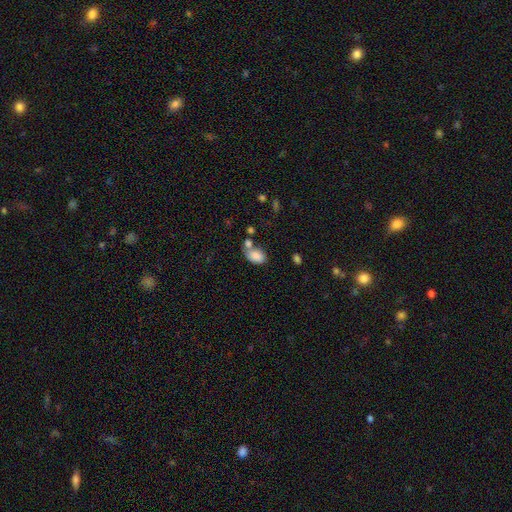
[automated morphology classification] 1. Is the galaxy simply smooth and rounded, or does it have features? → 83% smooth, 9% featured or disk, 8% star or artifact.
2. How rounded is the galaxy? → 85% in between, 14% round, 1% cigar-shaped.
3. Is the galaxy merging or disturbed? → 46% none, 28% merger, 19% minor disturbance, 7% major disturbance.